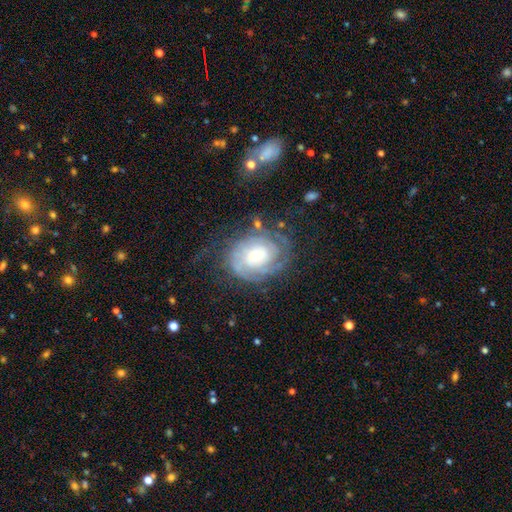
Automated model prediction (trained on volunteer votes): Q: Smooth or featured?
A: featured or disk (80%); runner-up: smooth (13%)
Q: Edge-on disk?
A: no (97%); runner-up: yes (3%)
Q: Bar?
A: no (76%); runner-up: weak (20%)
Q: Spiral arms?
A: yes (92%); runner-up: no (8%)
Q: Spiral winding?
A: tight (74%); runner-up: medium (20%)
Q: Spiral arm count?
A: can't tell (42%); runner-up: 2 (22%)
Q: Bulge size?
A: small (57%); runner-up: moderate (35%)
Q: Merging?
A: none (64%); runner-up: minor disturbance (20%)